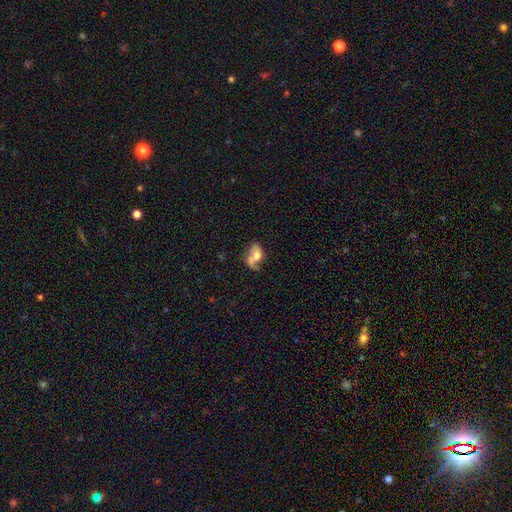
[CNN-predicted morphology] A featured or disk galaxy (45%).

Vote fractions:
- Smooth or featured? featured or disk: 45% / smooth: 44% / star or artifact: 10%
- Merging? none: 35% / major disturbance: 25% / minor disturbance: 23% / merger: 18%